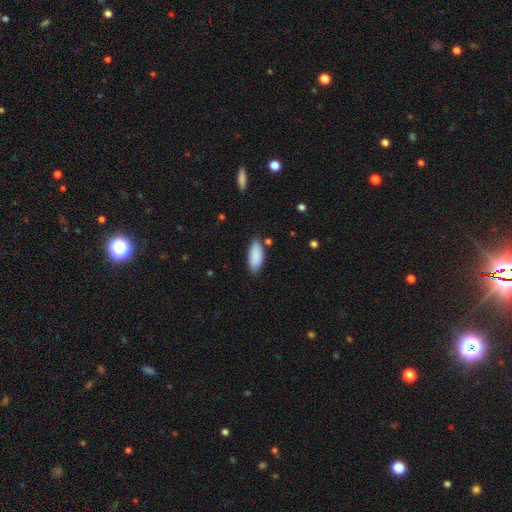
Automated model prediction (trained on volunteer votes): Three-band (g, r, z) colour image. It shows a smooth galaxy with no disk features (89%) that is in between round and cigar-shaped (86%). Merging: none (78%).